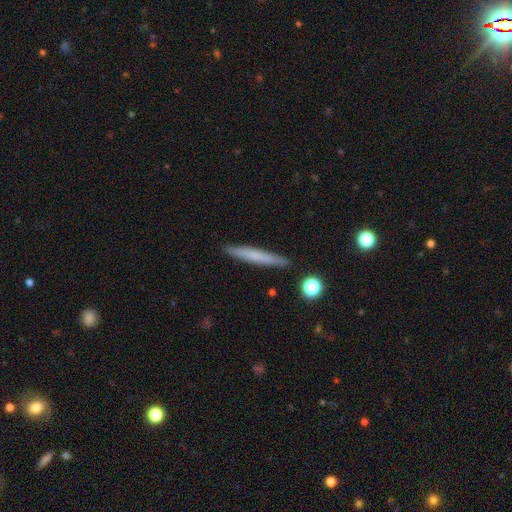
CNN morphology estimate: Smooth or featured? Predicted: smooth (p=0.65). How rounded? Predicted: cigar-shaped (p=0.96). Merging? Predicted: none (p=0.90).